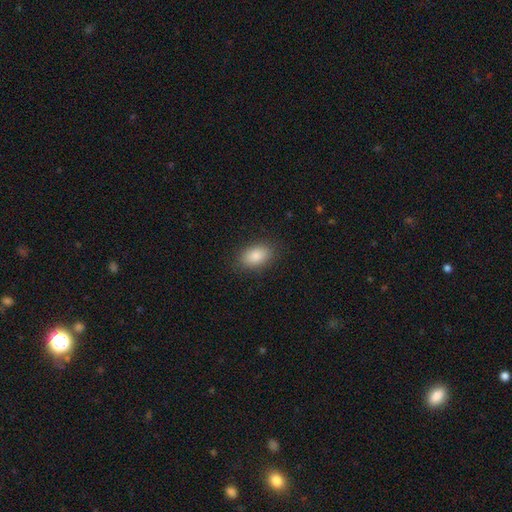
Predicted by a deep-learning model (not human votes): smooth_or_featured: smooth (p=0.87) [alt: star or artifact p=0.07]
how_rounded: in between (p=0.91) [alt: round p=0.07]
merging: none (p=0.87) [alt: minor disturbance p=0.10]